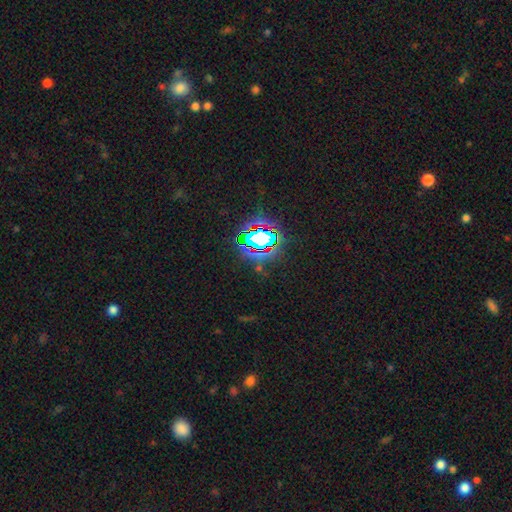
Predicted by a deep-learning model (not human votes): star or artifact 79%, smooth 12%, featured or disk 8%.